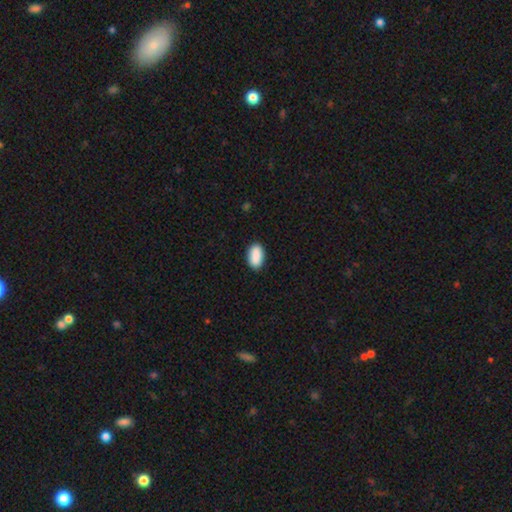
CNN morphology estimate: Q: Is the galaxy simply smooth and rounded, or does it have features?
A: smooth — 90%.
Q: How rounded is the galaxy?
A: in between — 93%.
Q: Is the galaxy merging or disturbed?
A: none — 88%.